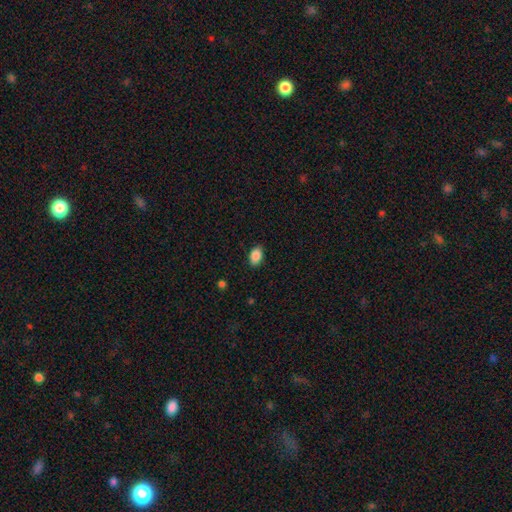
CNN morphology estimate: type=smooth (88%); roundness=in between (90%); merging=none (87%).